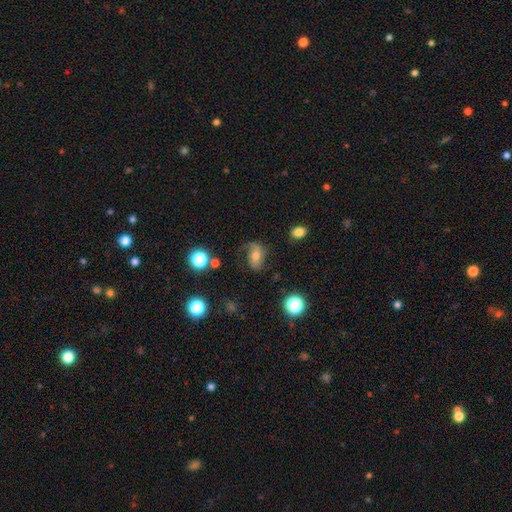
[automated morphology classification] This is possibly a featured or disk galaxy (50%). It is clearly not viewed edge-on (94%). Merging: possibly none (50%).